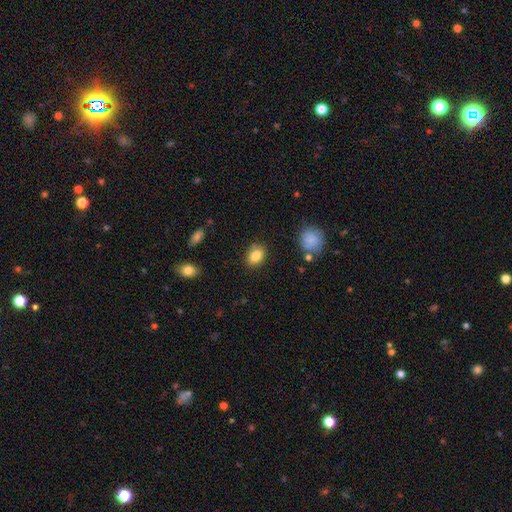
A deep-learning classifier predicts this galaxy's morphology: Smooth or featured? Predicted: smooth (p=0.84). How rounded? Predicted: in between (p=0.73). Merging? Predicted: none (p=0.82).